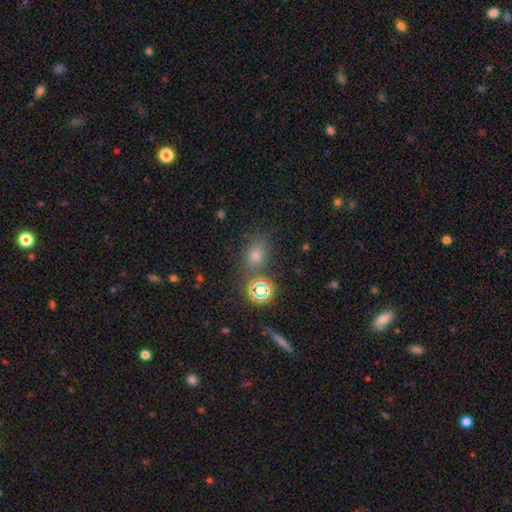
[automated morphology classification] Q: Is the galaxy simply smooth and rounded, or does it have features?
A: smooth — 60%.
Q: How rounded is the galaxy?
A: in between — 55%.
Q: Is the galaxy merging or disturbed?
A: none — 75%.